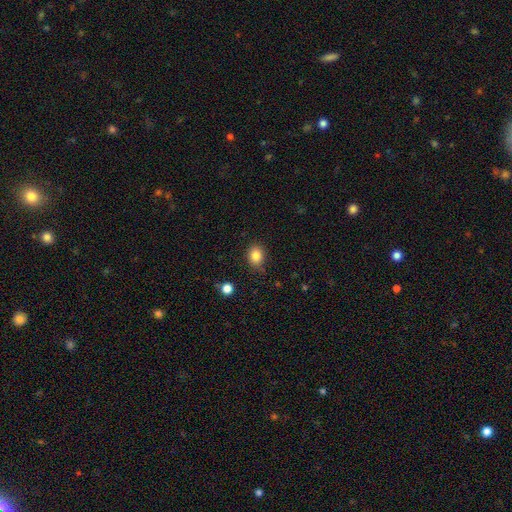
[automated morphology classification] This is clearly a smooth galaxy (85%). How rounded: possibly round (50%). Merging: clearly none (82%).